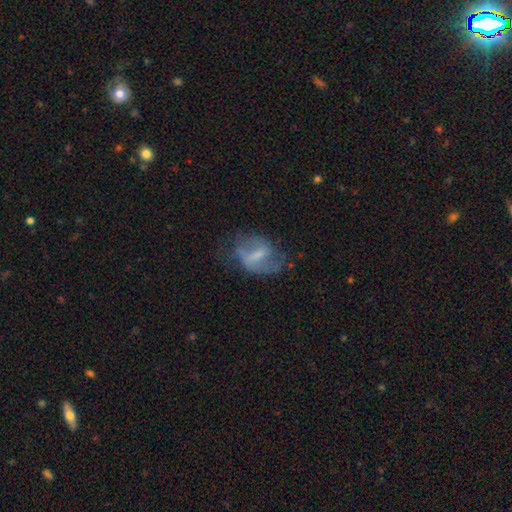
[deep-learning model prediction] Smooth or featured: featured or disk — 59% (smooth — 32%)
Edge-on disk: no — 95% (yes — 5%)
Bar: weak — 48% (strong — 32%)
Spiral arms: yes — 64% (no — 36%)
Bulge size: small — 36% (none — 29%)
Merging: none — 48% (minor disturbance — 27%)